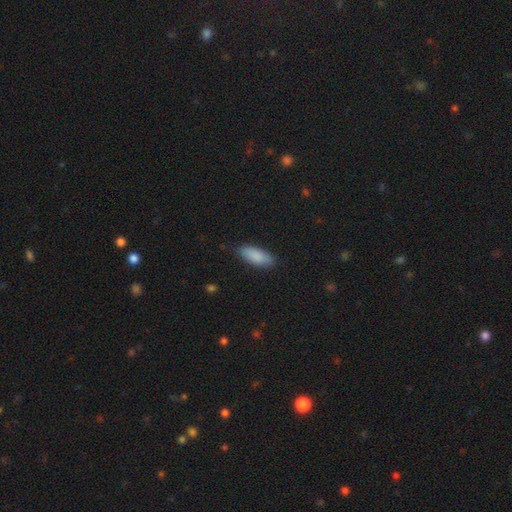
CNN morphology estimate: Smooth or featured?
  - smooth: 88% *
  - star or artifact: 6%
  - featured or disk: 6%
How rounded?
  - in between: 76% *
  - cigar-shaped: 23%
  - round: 2%
Merging?
  - none: 84% *
  - minor disturbance: 13%
  - major disturbance: 2%
  - merger: 1%